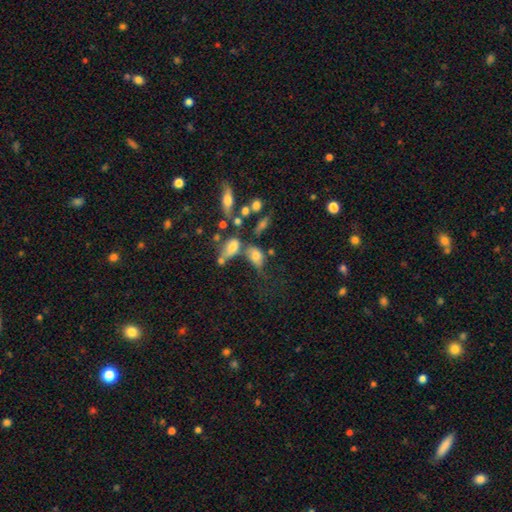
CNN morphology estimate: This appears to be a smooth galaxy with no disk features (69%) that is in between round and cigar-shaped (85%). Merging: merger (34%).